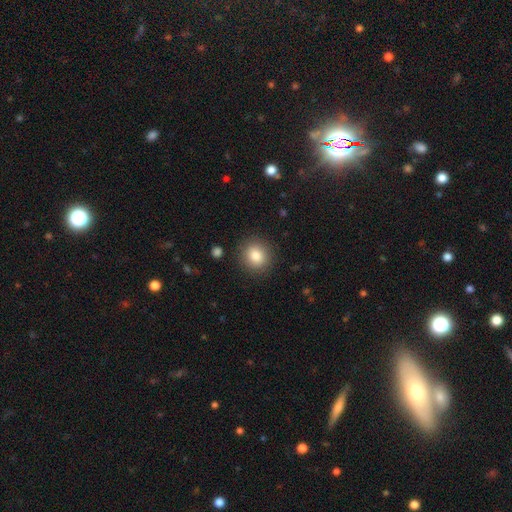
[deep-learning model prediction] This appears to be a smooth galaxy with no disk features (83%) that is round (86%). Merging: none (89%).